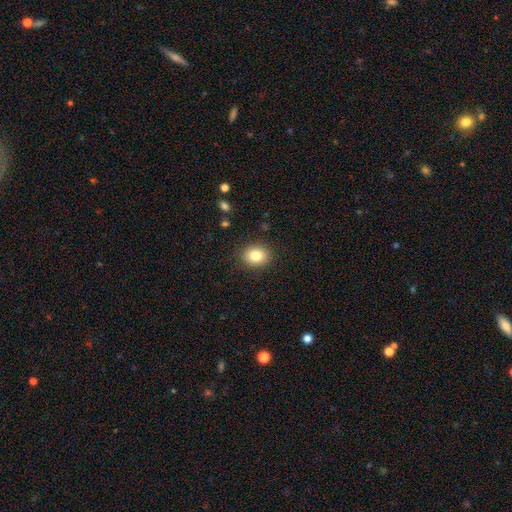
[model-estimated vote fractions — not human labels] Overall: smooth (83%). How rounded: round (56%; in between 43%). Merging: none (89%).